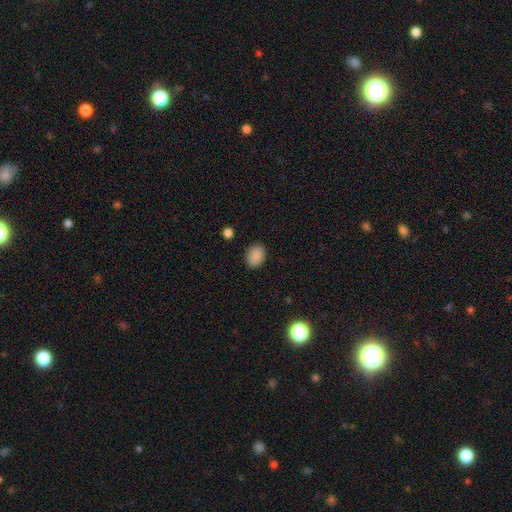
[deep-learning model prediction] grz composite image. It shows a smooth galaxy with no disk features (88%) that is in between round and cigar-shaped (62%). Merging: none (86%).